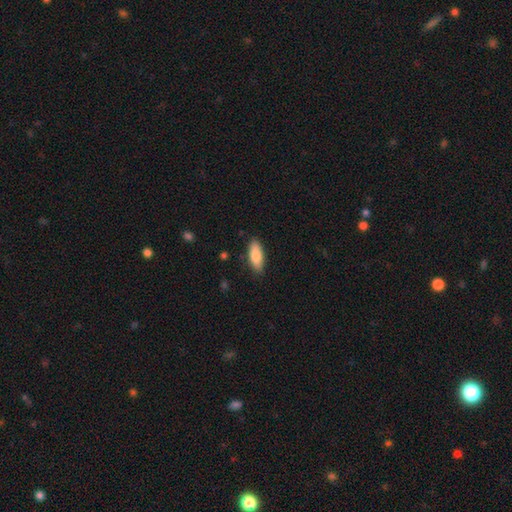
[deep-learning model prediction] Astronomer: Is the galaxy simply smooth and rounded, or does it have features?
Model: smooth — 82%.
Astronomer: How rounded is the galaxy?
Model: in between — 74%.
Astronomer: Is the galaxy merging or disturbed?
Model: none — 84%.